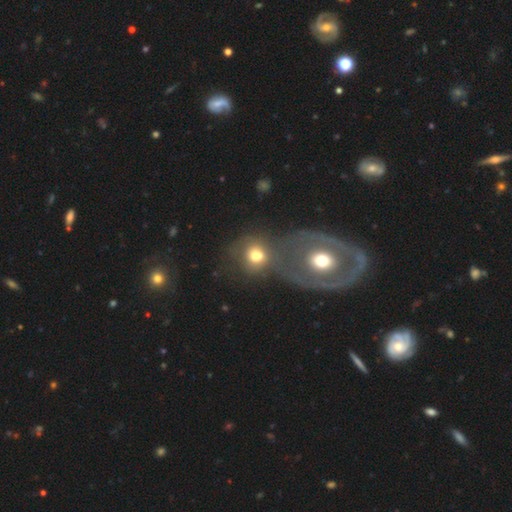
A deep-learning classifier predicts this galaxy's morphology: A smooth galaxy with no disk features (63%) that is round (73%). Merging: merger (56%).